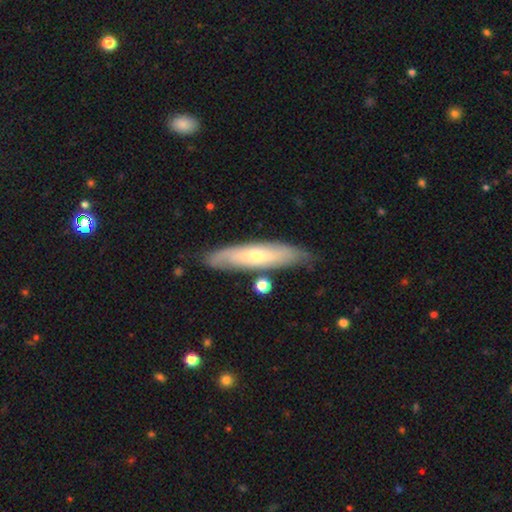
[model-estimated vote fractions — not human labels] Smooth or featured? Predicted: featured or disk (p=0.52). Edge-on disk? Predicted: no (p=0.50, tied with yes). Merging? Predicted: none (p=0.79).